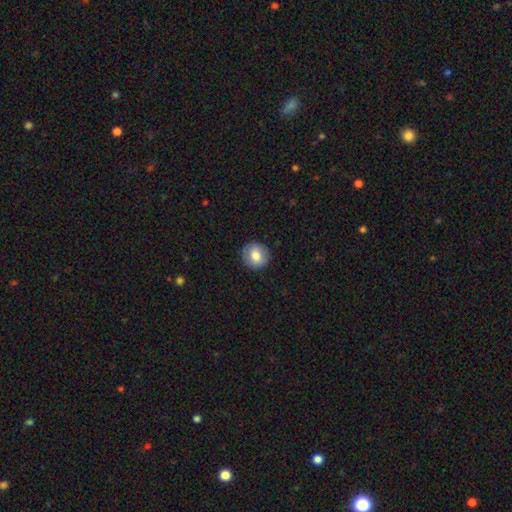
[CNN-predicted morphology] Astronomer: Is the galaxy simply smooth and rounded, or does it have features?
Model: smooth — 77%.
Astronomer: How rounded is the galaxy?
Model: round — 89%.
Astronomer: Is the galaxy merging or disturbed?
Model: none — 89%.